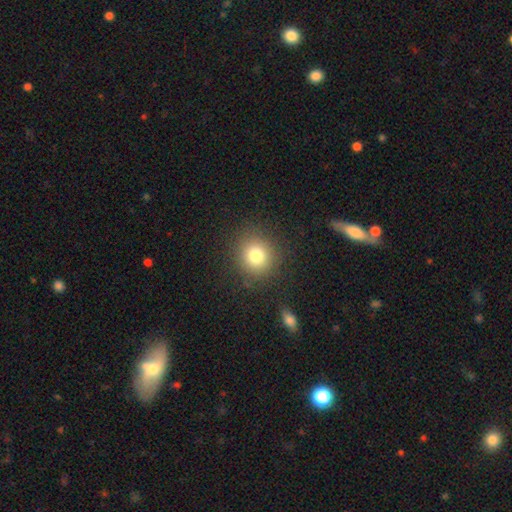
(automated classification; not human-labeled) Q: Smooth or featured?
A: smooth (78%); runner-up: star or artifact (13%)
Q: How rounded?
A: round (89%); runner-up: in between (10%)
Q: Merging?
A: none (87%); runner-up: minor disturbance (8%)